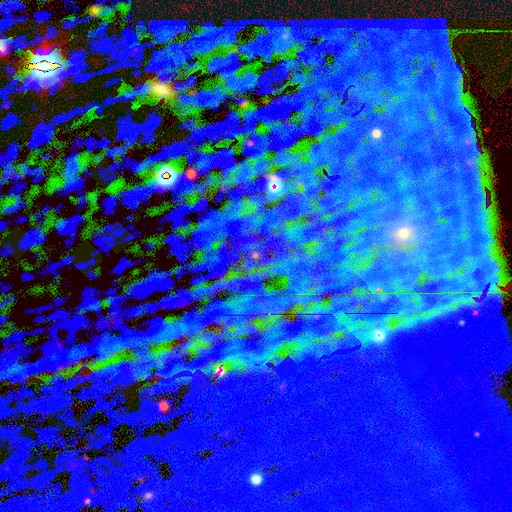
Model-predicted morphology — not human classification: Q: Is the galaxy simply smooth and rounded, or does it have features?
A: star or artifact — 82%.